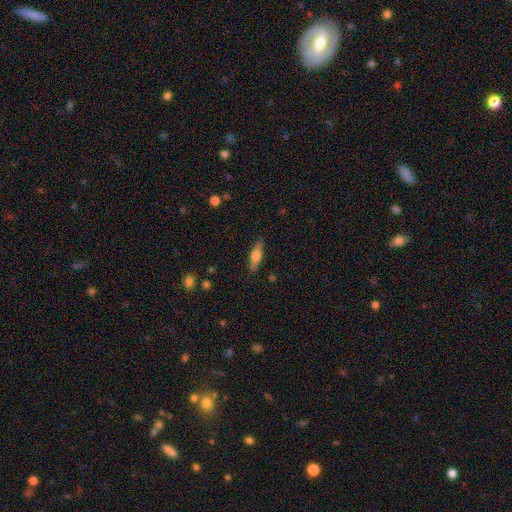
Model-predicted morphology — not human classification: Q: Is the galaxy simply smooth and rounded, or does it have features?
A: smooth — 55%.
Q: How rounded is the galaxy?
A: cigar-shaped — 60%.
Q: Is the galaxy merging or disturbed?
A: none — 86%.